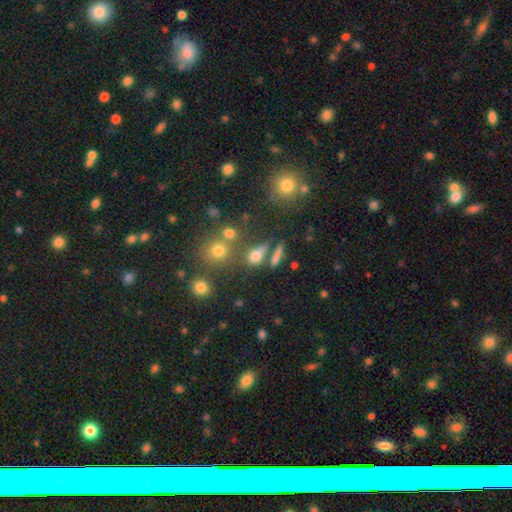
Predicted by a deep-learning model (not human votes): Smooth or featured: smooth — 67% (star or artifact — 19%)
How rounded: round — 40% (in between — 37%)
Merging: none — 59% (merger — 22%)